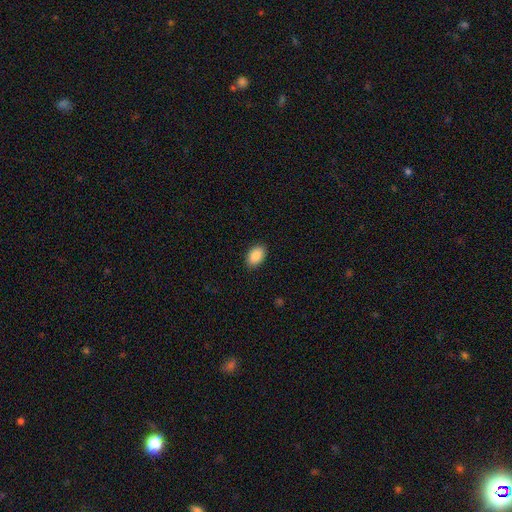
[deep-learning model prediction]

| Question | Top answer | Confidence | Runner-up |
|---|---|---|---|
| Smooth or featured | smooth | 90% | star or artifact (7%) |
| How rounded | in between | 90% | round (9%) |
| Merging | none | 90% | minor disturbance (8%) |